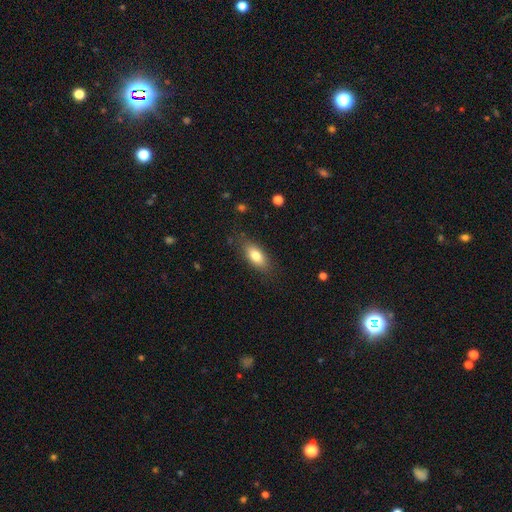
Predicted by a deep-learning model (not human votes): Q: Smooth or featured?
A: smooth (78%); runner-up: featured or disk (14%)
Q: How rounded?
A: in between (82%); runner-up: cigar-shaped (14%)
Q: Merging?
A: none (81%); runner-up: minor disturbance (14%)